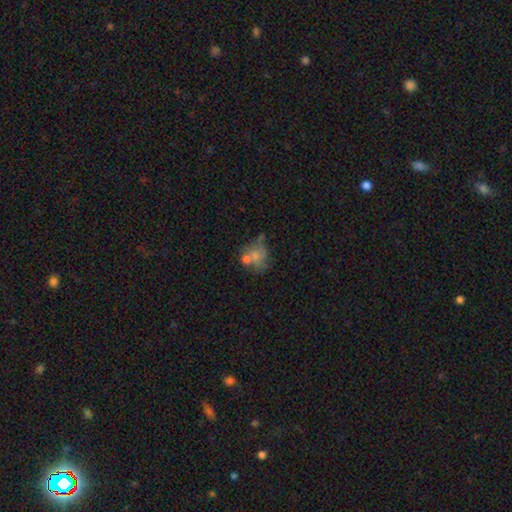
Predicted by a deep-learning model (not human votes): This appears to be a smooth galaxy with no disk features (52%) that is round (58%). Merging: none (40%).